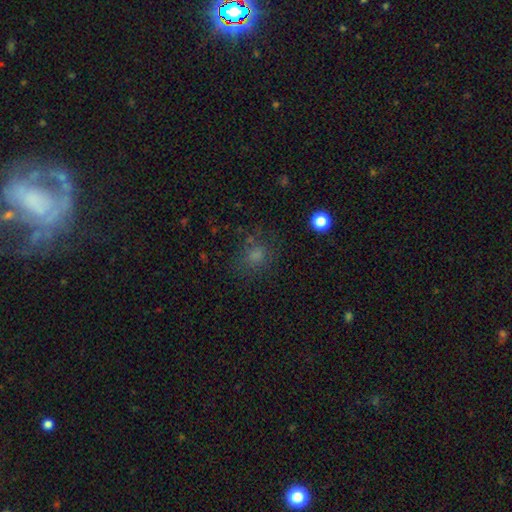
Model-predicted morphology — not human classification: A smooth galaxy with no disk features (71%) that is round (70%).

Vote fractions:
- Smooth or featured? smooth: 71% / star or artifact: 20% / featured or disk: 9%
- How rounded? round: 70% / in between: 29% / cigar-shaped: 1%
- Merging? none: 71% / minor disturbance: 16% / major disturbance: 9% / merger: 4%